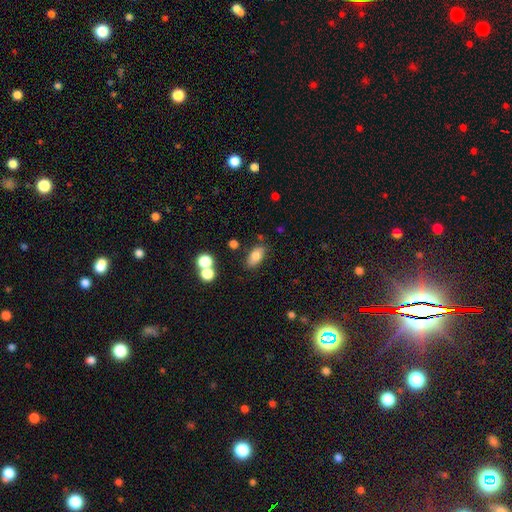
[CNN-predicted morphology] The model was most divided on "merging": none: 78%, minor disturbance: 13%, merger: 6%, major disturbance: 4%. More confident: how rounded — in between (88%); smooth or featured — smooth (79%).